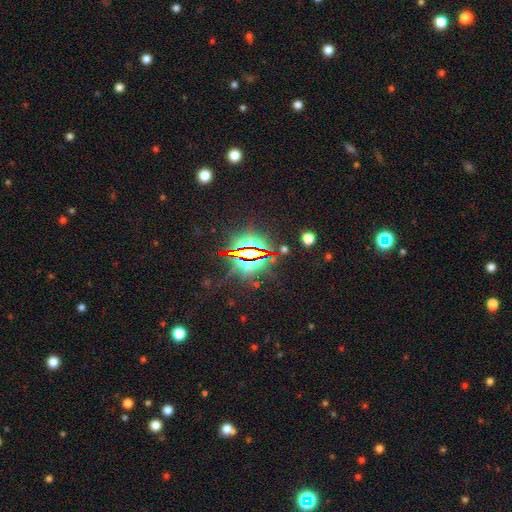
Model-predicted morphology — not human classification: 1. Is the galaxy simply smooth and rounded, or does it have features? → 82% star or artifact, 10% featured or disk, 8% smooth.